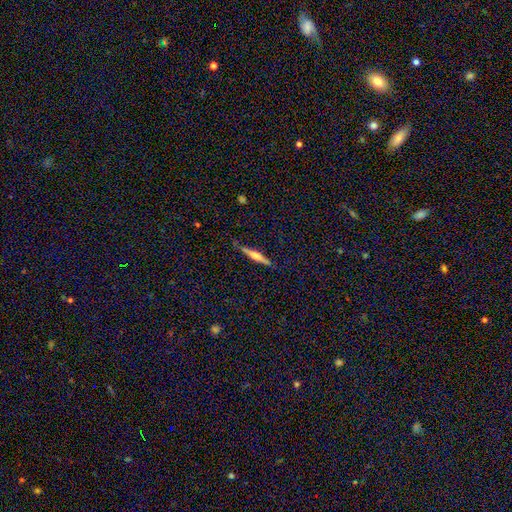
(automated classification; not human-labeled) Smooth or featured? Predicted: featured or disk (p=0.51). Edge-on disk? Predicted: yes (p=0.96). Merging? Predicted: none (p=0.85).